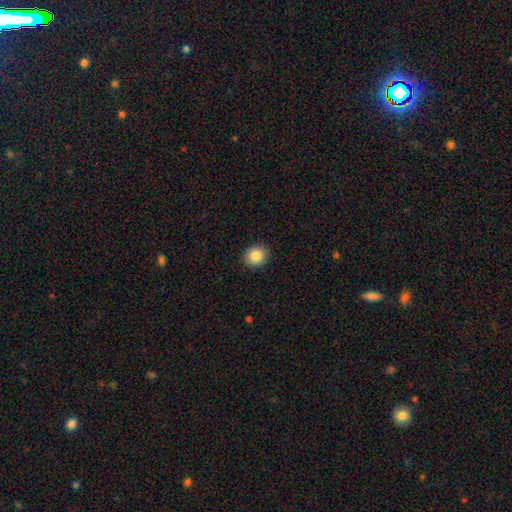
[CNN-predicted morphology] smooth_or_featured: smooth (p=0.86) [alt: star or artifact p=0.09]
how_rounded: round (p=0.69) [alt: in between p=0.30]
merging: none (p=0.90) [alt: minor disturbance p=0.07]